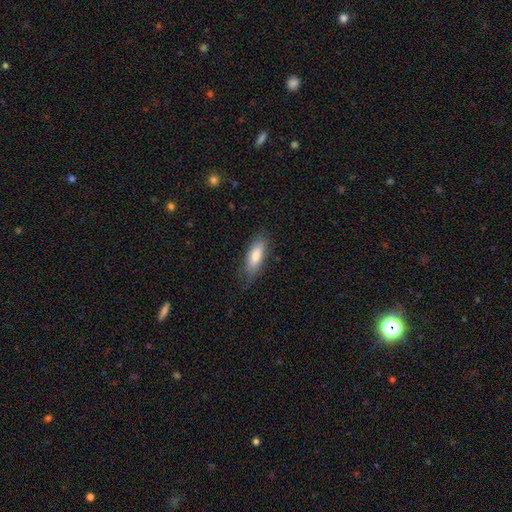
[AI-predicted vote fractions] The model was most divided on "how rounded": in between: 61%, cigar-shaped: 37%, round: 2%. More confident: smooth or featured — smooth (76%); merging — none (76%).